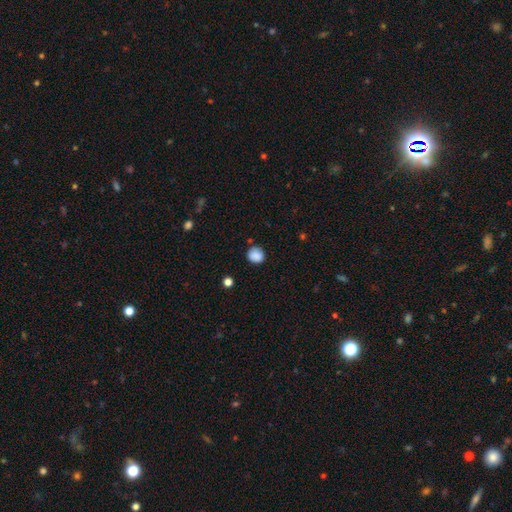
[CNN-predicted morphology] type=smooth (87%); roundness=round (79%); merging=none (79%).